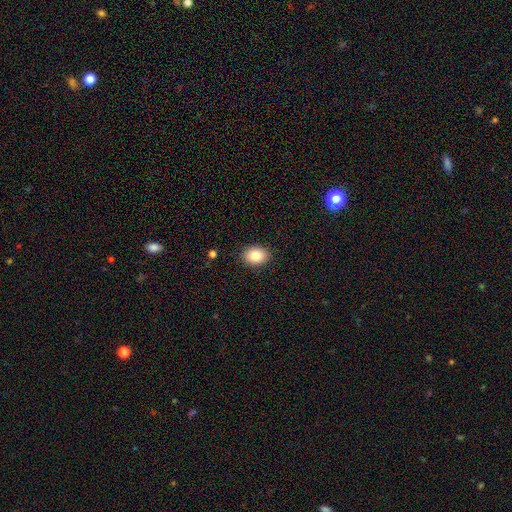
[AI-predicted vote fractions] smooth-or-featured: smooth: 84% | star or artifact: 8% | featured or disk: 7%
  how-rounded: in between: 64% | round: 35% | cigar-shaped: 1%
  merging: none: 88% | minor disturbance: 8% | major disturbance: 2% | merger: 1%